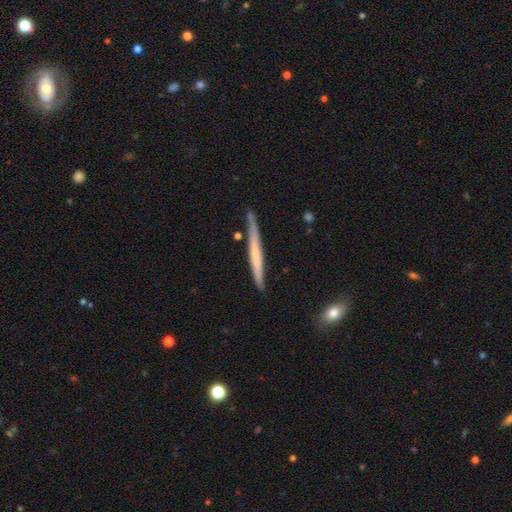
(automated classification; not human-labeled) This is possibly a smooth galaxy (49%). Merging: clearly none (81%).